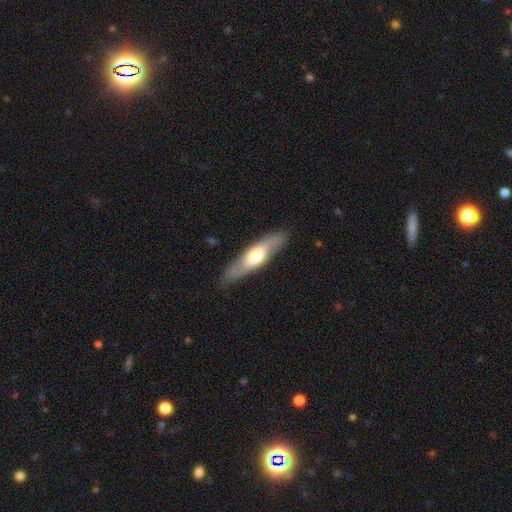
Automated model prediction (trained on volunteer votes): Smooth or featured: featured or disk — 51% (smooth — 45%)
Edge-on disk: yes — 60% (no — 40%)
Merging: none — 84% (minor disturbance — 12%)